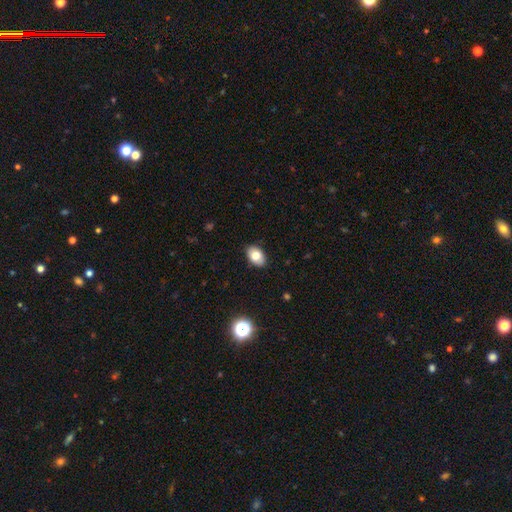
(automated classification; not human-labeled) This appears to be a smooth galaxy with no disk features (77%) that is in between round and cigar-shaped (88%). Merging: none (88%).